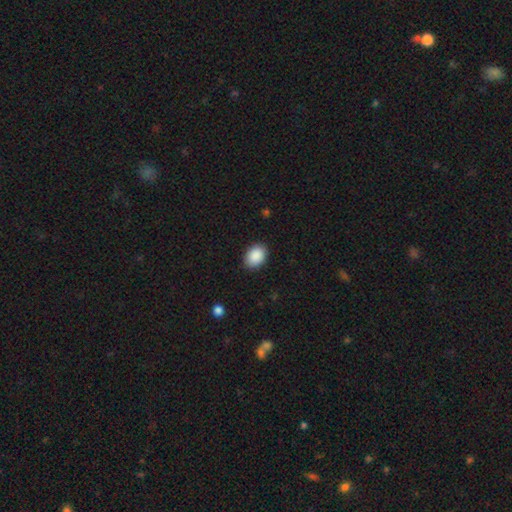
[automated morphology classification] Smooth or featured? smooth (90%)
How rounded? in between (76%)
Merging? none (88%)